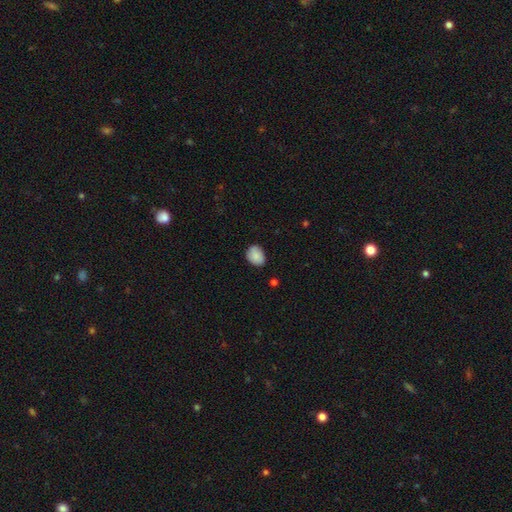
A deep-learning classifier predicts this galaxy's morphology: type=smooth (86%); roundness=in between (59%); merging=none (77%).